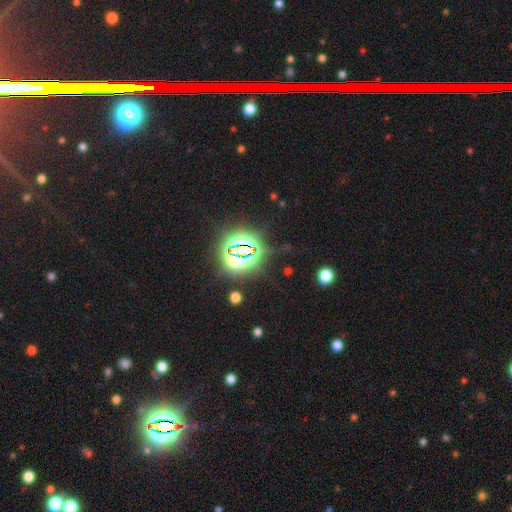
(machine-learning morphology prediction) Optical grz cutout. It shows a star or artifact, not a galaxy (82%).